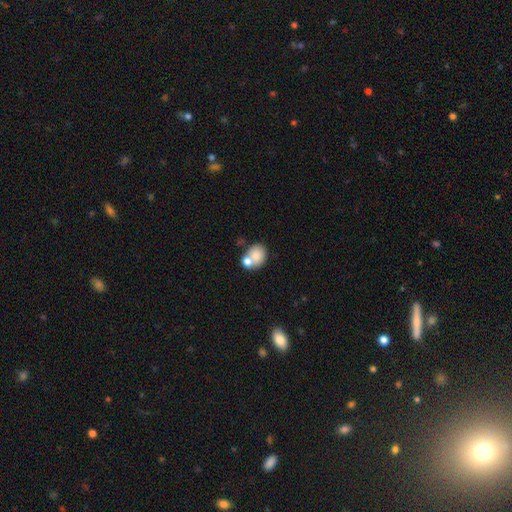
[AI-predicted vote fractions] Smooth or featured: smooth — 79% (featured or disk — 12%)
How rounded: round — 57% (in between — 42%)
Merging: merger — 43% (none — 41%)